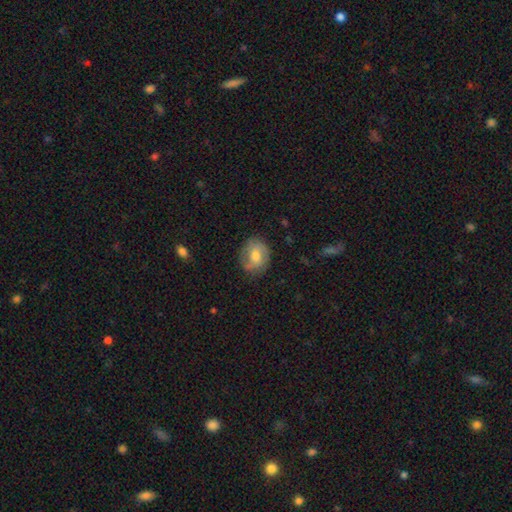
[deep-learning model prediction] smooth_or_featured: smooth (p=0.49) [alt: featured or disk p=0.43]
merging: none (p=0.76) [alt: minor disturbance p=0.18]